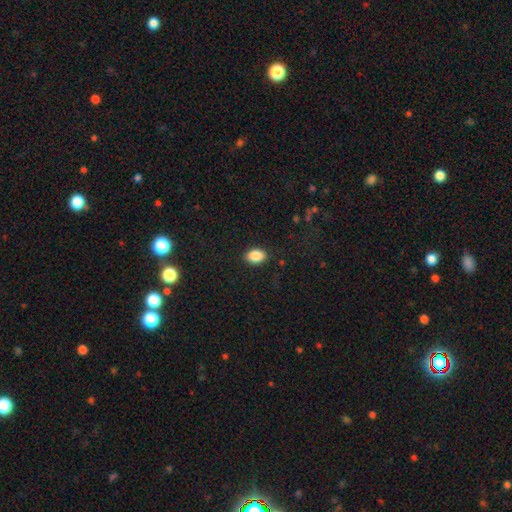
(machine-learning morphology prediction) Smooth or featured? Predicted: smooth (p=0.87). How rounded? Predicted: in between (p=0.81). Merging? Predicted: none (p=0.87).